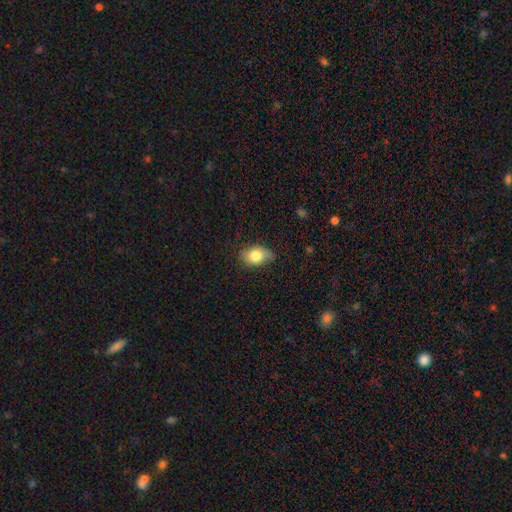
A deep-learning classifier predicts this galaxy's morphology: A smooth galaxy with no disk features (81%) that is in between round and cigar-shaped (80%).

Vote fractions:
- Smooth or featured? smooth: 81% / featured or disk: 11% / star or artifact: 8%
- How rounded? in between: 80% / round: 18% / cigar-shaped: 2%
- Merging? none: 68% / minor disturbance: 25% / major disturbance: 5% / merger: 1%